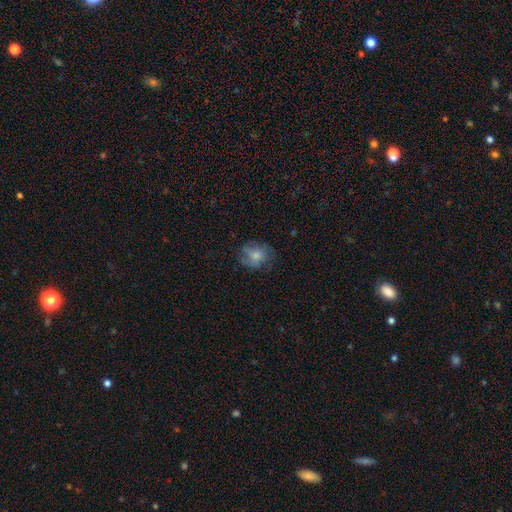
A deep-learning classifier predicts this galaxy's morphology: A smooth galaxy with no disk features (62%) that is round (67%).

Vote fractions:
- Smooth or featured? smooth: 62% / featured or disk: 29% / star or artifact: 10%
- How rounded? round: 67% / in between: 32% / cigar-shaped: 1%
- Merging? none: 63% / minor disturbance: 23% / major disturbance: 13% / merger: 1%